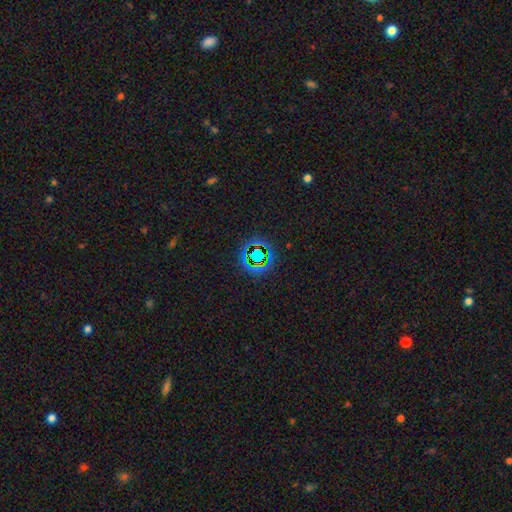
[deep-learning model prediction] Overall: star or artifact (72%).